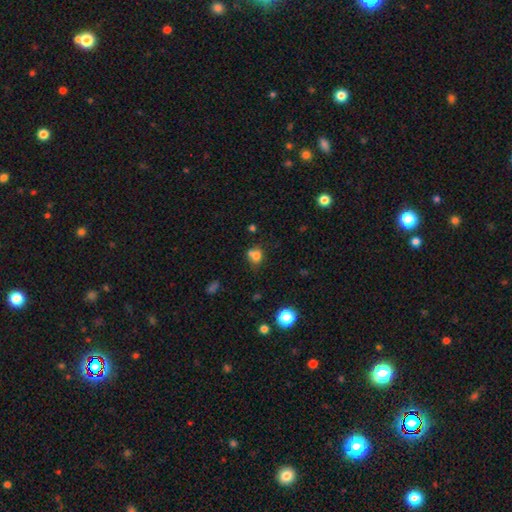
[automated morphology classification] A smooth galaxy with no disk features (73%) that is round (69%). Merging: merger (42%).